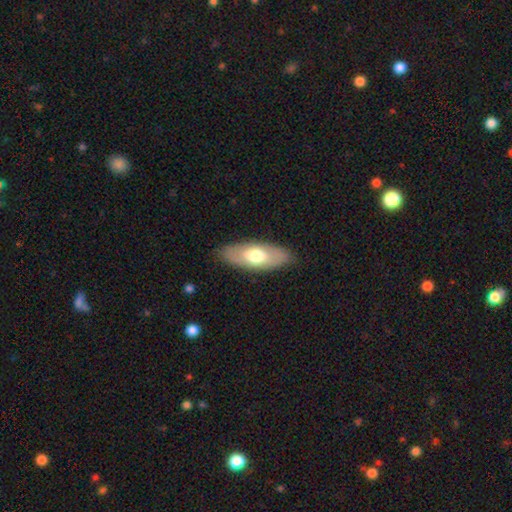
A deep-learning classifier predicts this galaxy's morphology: smooth-or-featured: smooth: 61% | featured or disk: 34% | star or artifact: 5%
  how-rounded: in between: 83% | cigar-shaped: 15% | round: 2%
  merging: none: 85% | minor disturbance: 12% | major disturbance: 3% | merger: 1%